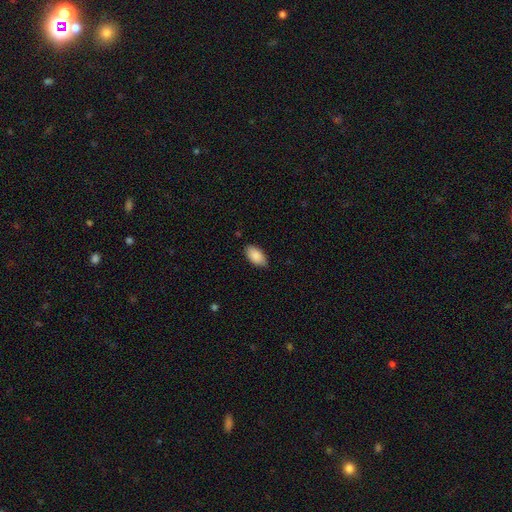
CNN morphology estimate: This is clearly a smooth galaxy (89%). How rounded: clearly in between (95%). Merging: clearly none (85%).